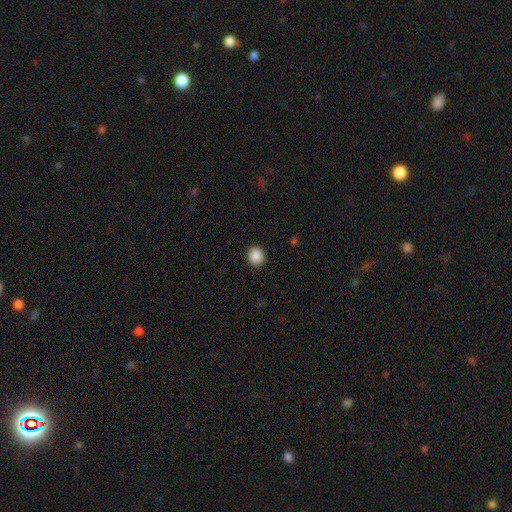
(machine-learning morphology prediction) type=smooth (89%); roundness=round (87%); merging=none (92%).